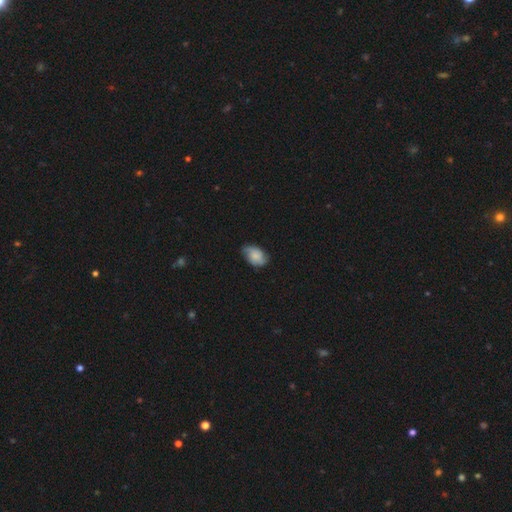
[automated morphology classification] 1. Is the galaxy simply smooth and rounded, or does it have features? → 53% smooth, 39% featured or disk, 8% star or artifact.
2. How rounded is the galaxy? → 82% in between, 16% round, 1% cigar-shaped.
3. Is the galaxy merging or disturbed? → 64% none, 28% minor disturbance, 7% major disturbance, 1% merger.